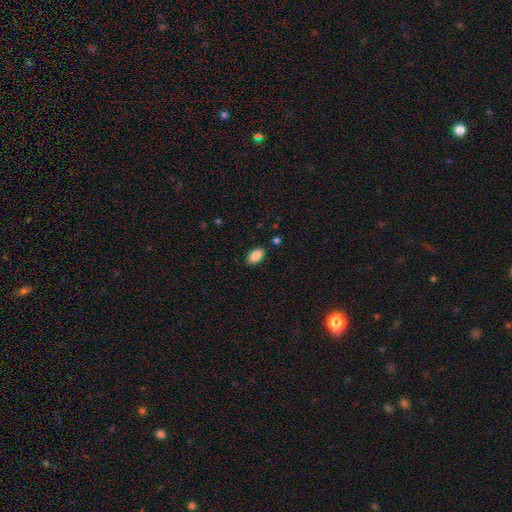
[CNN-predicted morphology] A smooth galaxy with no disk features (87%) that is in between round and cigar-shaped (93%).

Vote fractions:
- Smooth or featured? smooth: 87% / star or artifact: 7% / featured or disk: 5%
- How rounded? in between: 93% / round: 5% / cigar-shaped: 2%
- Merging? none: 87% / minor disturbance: 9% / major disturbance: 2% / merger: 2%